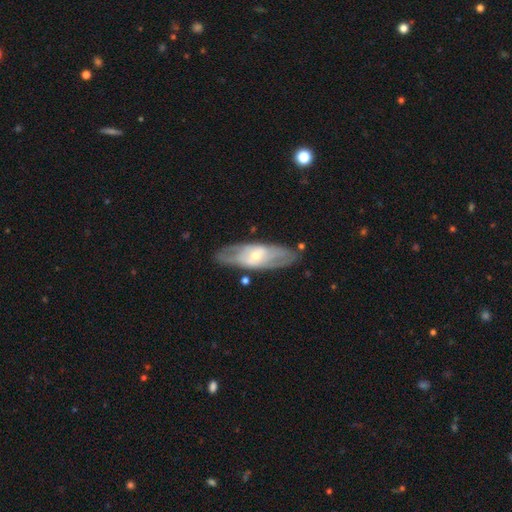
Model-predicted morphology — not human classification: featured or disk 70%, smooth 25%, star or artifact 6%. Down the decision tree: edge-on disk — no (77%); bar — no (57%); spiral arms — yes (63%); bulge size — small (53%); merging — none (79%).